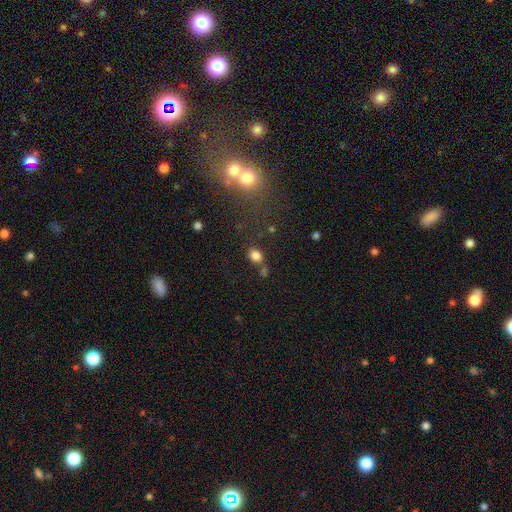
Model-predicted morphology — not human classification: smooth_or_featured: smooth (p=0.80) [alt: star or artifact p=0.13]
how_rounded: in between (p=0.56) [alt: round p=0.42]
merging: none (p=0.62) [alt: merger p=0.19]